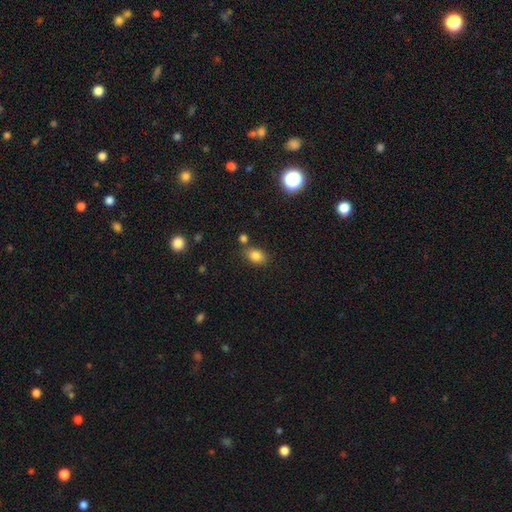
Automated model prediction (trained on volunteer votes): A smooth galaxy with no disk features (82%) that is in between round and cigar-shaped (77%). Merging: none (73%).